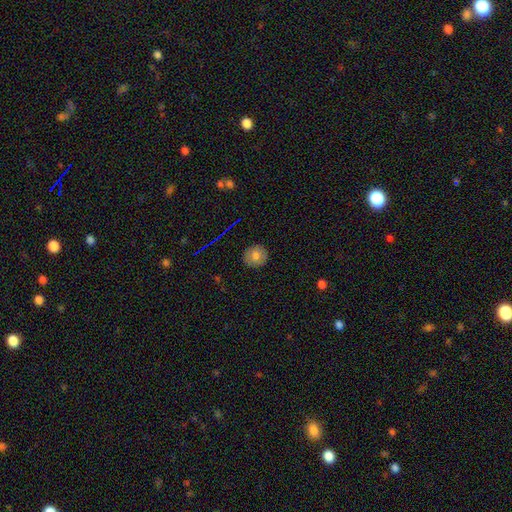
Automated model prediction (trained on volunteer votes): Q: Smooth or featured?
A: smooth (74%); runner-up: featured or disk (15%)
Q: How rounded?
A: round (91%); runner-up: in between (8%)
Q: Merging?
A: none (89%); runner-up: minor disturbance (8%)